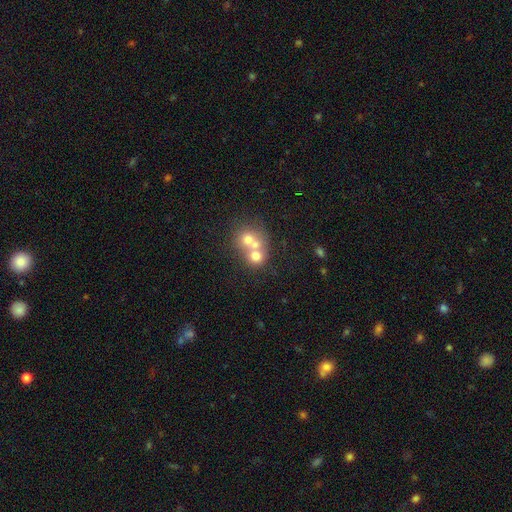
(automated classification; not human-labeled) Smooth or featured? smooth (63%)
How rounded? round (76%)
Merging? merger (67%)